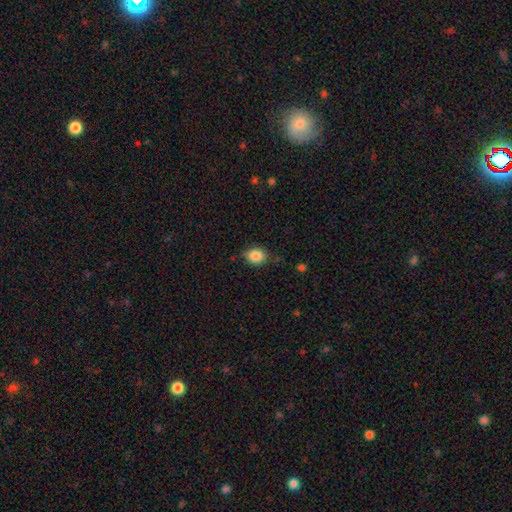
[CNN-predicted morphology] smooth 85%, star or artifact 9%, featured or disk 6%. Down the decision tree: how rounded — round (51%); merging — none (78%).